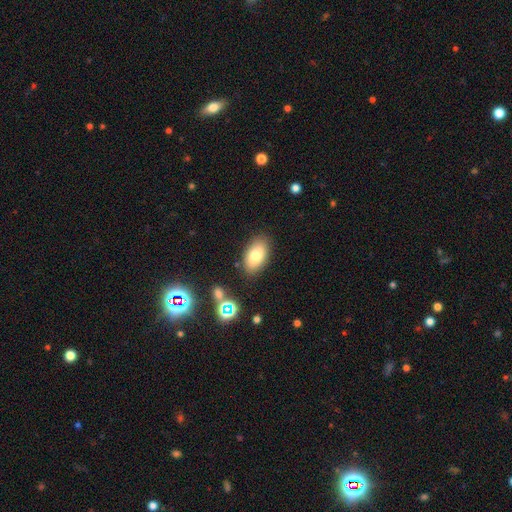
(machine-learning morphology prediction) Overall: smooth (78%). How rounded: in between (92%). Merging: none (84%).